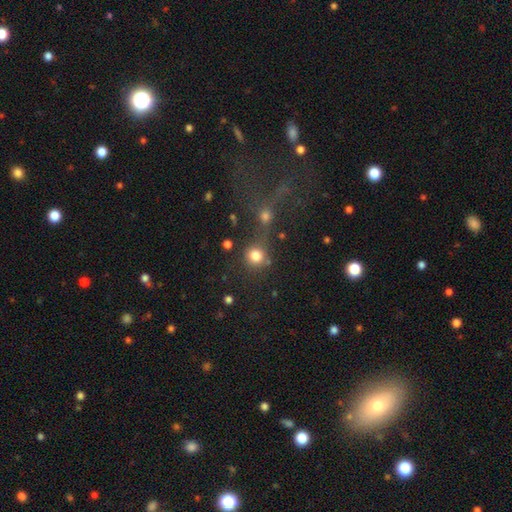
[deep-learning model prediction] A smooth galaxy with no disk features (79%) that is round (90%).

Vote fractions:
- Smooth or featured? smooth: 79% / star or artifact: 14% / featured or disk: 7%
- How rounded? round: 90% / in between: 9% / cigar-shaped: 1%
- Merging? none: 59% / merger: 23% / minor disturbance: 10% / major disturbance: 7%